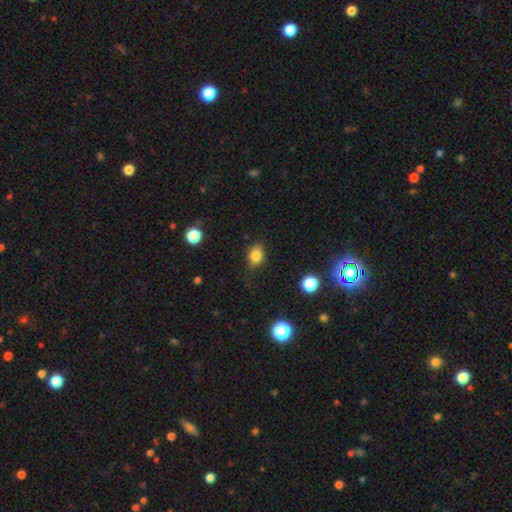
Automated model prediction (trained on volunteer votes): smooth_or_featured: smooth (p=0.81) [alt: star or artifact p=0.11]
how_rounded: in between (p=0.66) [alt: round p=0.33]
merging: none (p=0.73) [alt: minor disturbance p=0.21]